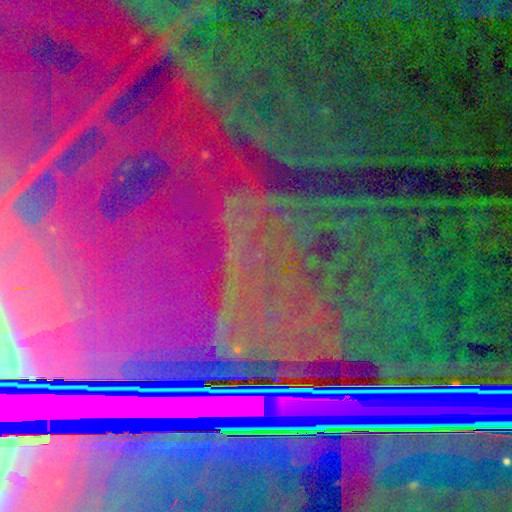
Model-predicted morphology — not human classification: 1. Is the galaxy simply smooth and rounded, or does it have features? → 90% star or artifact, 6% featured or disk, 5% smooth.